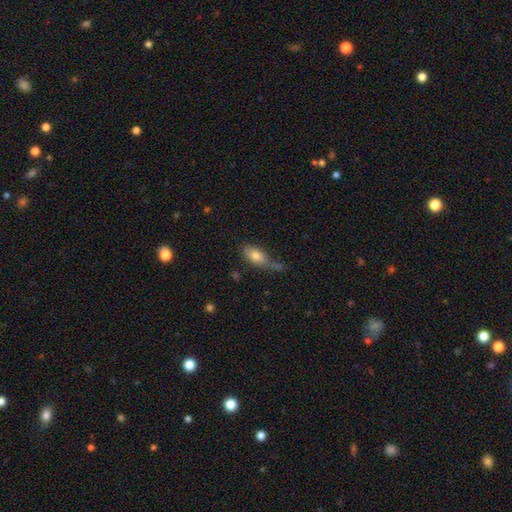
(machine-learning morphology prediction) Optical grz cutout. It shows a smooth galaxy with no disk features (77%) that is in between round and cigar-shaped (84%). Merging: none (39%).